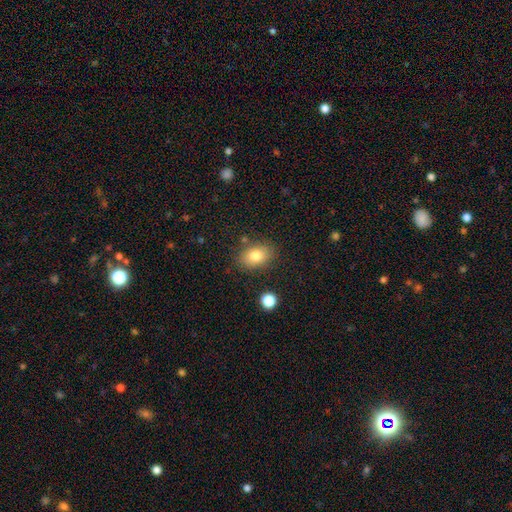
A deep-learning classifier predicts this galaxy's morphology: Overall: smooth (80%). How rounded: in between (80%). Merging: none (81%).